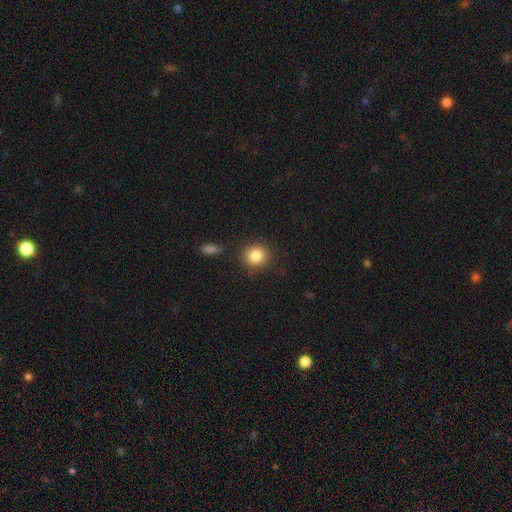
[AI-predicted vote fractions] Smooth or featured: smooth — 86% (star or artifact — 9%)
How rounded: round — 85% (in between — 14%)
Merging: none — 85% (minor disturbance — 8%)